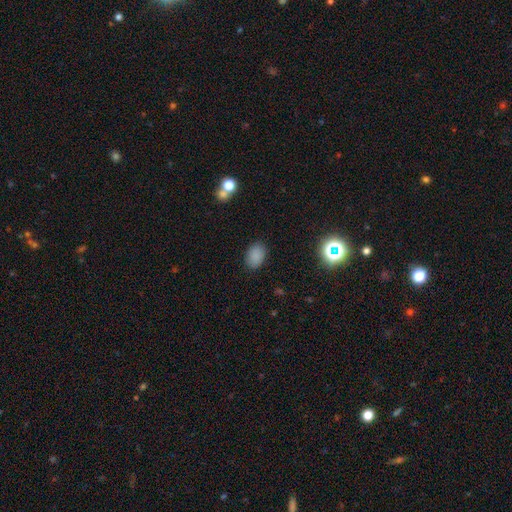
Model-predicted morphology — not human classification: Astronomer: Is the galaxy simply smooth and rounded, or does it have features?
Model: smooth — 85%.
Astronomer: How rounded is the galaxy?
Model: in between — 82%.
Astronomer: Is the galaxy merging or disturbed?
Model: none — 86%.